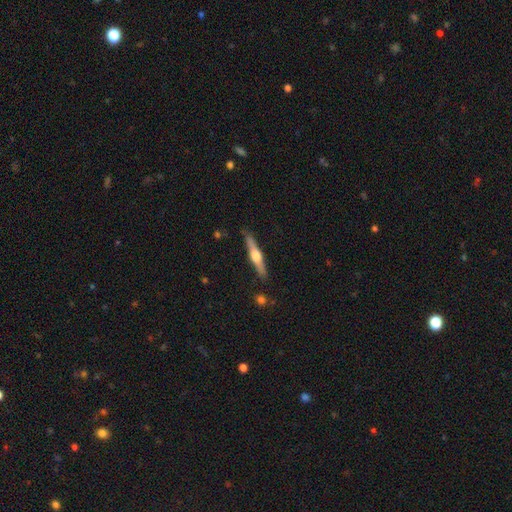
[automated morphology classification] A featured or disk galaxy (65%) viewed edge-on (97%) with a rounded central bulge (89%).

Vote fractions:
- Smooth or featured? featured or disk: 65% / smooth: 30% / star or artifact: 5%
- Edge-on disk? yes: 97% / no: 3%
- Edge-on bulge? rounded: 89% / boxy: 7% / none: 3%
- Merging? none: 86% / minor disturbance: 10% / major disturbance: 2% / merger: 2%